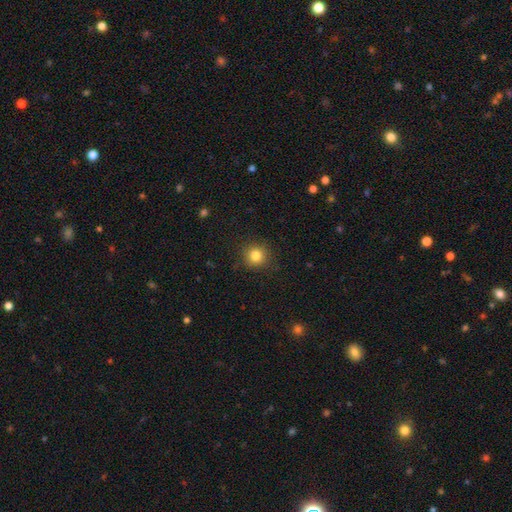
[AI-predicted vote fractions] A smooth galaxy with no disk features (83%) that is round (92%). Merging: none (90%).